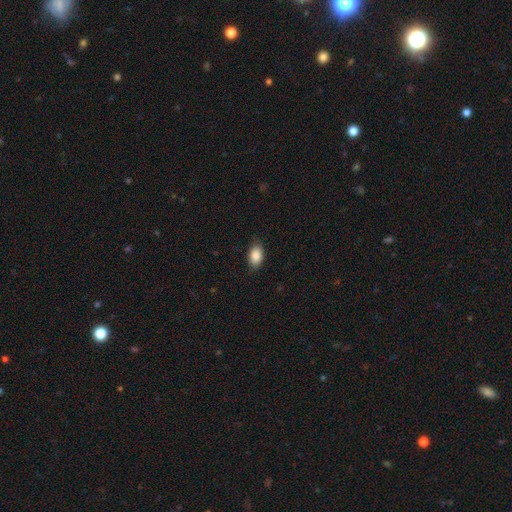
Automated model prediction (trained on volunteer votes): A smooth galaxy with no disk features (88%) that is in between round and cigar-shaped (90%).

Vote fractions:
- Smooth or featured? smooth: 88% / star or artifact: 7% / featured or disk: 5%
- How rounded? in between: 90% / round: 8% / cigar-shaped: 2%
- Merging? none: 84% / minor disturbance: 12% / major disturbance: 3% / merger: 1%